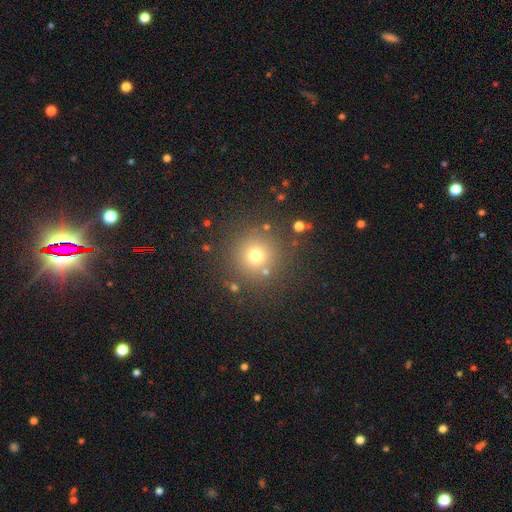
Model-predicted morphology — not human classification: This is likely a smooth galaxy (71%). How rounded: clearly round (95%). Merging: clearly none (85%).